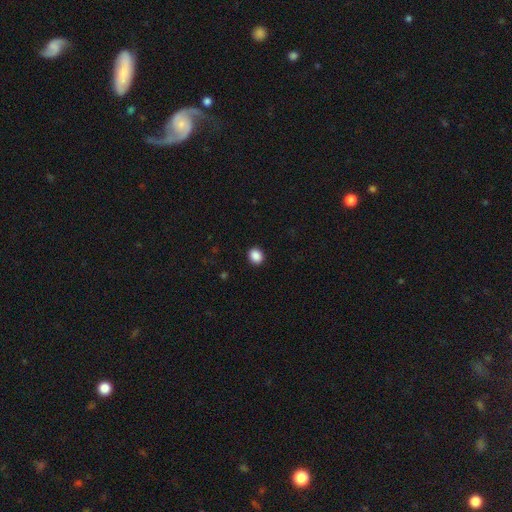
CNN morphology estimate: smooth-or-featured: smooth: 89% | star or artifact: 9% | featured or disk: 2%
  how-rounded: round: 66% | in between: 33% | cigar-shaped: 1%
  merging: none: 91% | minor disturbance: 6% | major disturbance: 2% | merger: 1%